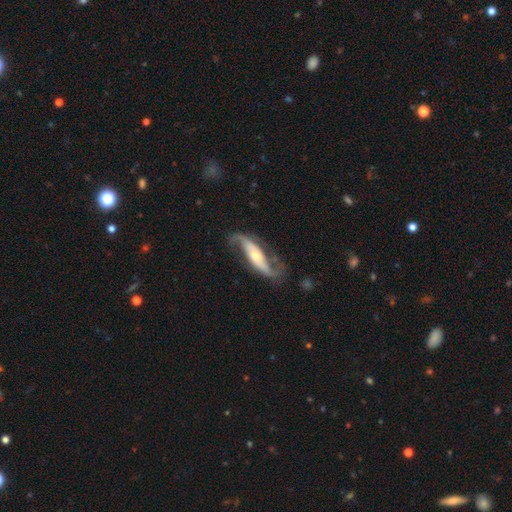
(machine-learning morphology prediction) A featured or disk galaxy (87%) with no bar (41%), 2 (92%) loose (70%) spiral arms (95%) and a moderate central bulge (53%). Merging: none (71%).